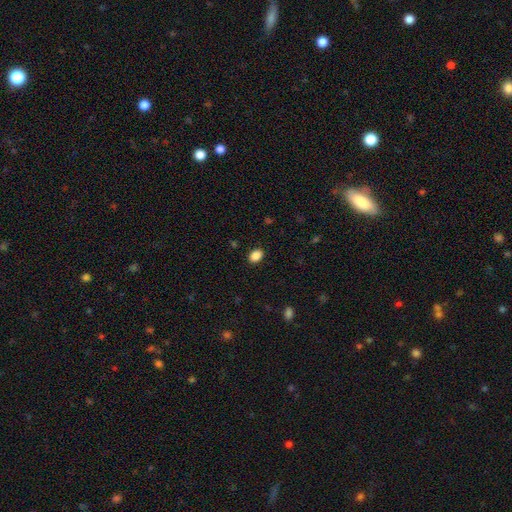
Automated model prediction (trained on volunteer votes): smooth 88%, star or artifact 9%, featured or disk 3%. Down the decision tree: how rounded — in between (73%); merging — none (89%).